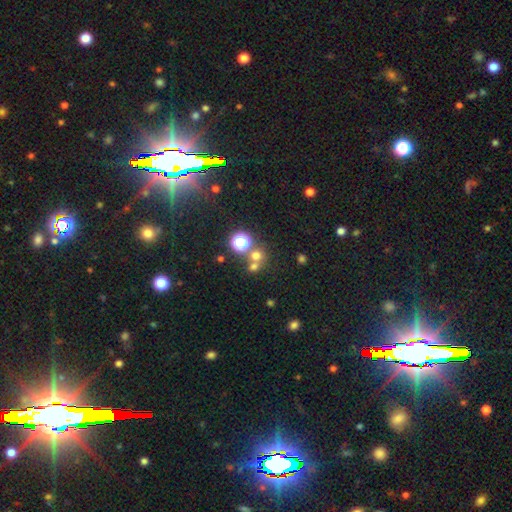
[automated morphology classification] This appears to be a smooth galaxy with no disk features (59%) that is round (84%). Merging: none (56%).